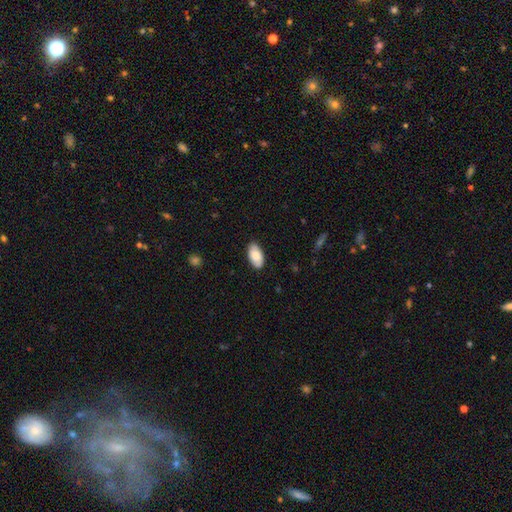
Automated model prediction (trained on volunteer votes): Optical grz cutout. It shows a smooth galaxy with no disk features (84%) that is in between round and cigar-shaped (95%). Merging: none (84%).